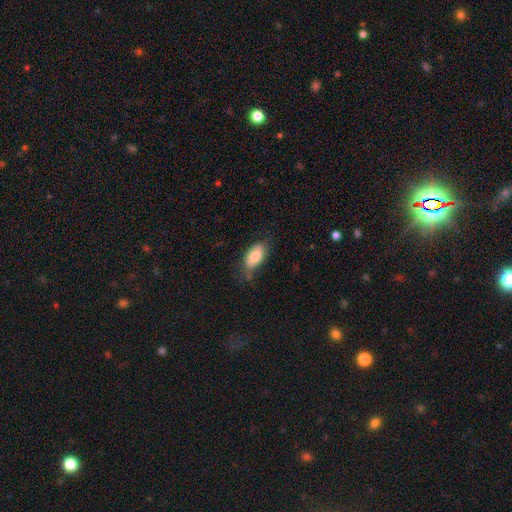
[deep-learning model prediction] This is likely a smooth galaxy (75%). How rounded: clearly in between (92%). Merging: likely none (64%).